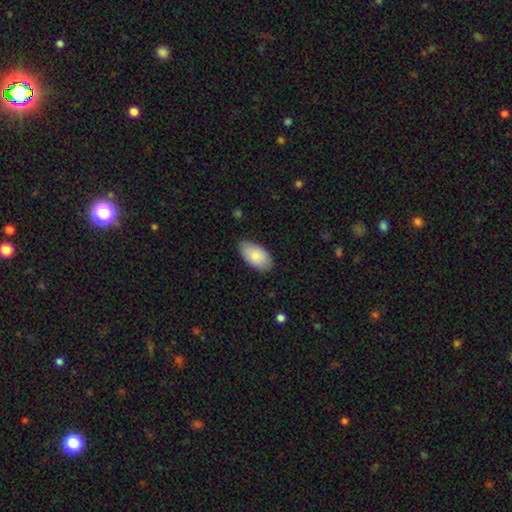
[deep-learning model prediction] Q: Smooth or featured?
A: smooth (85%); runner-up: featured or disk (9%)
Q: How rounded?
A: in between (96%); runner-up: round (3%)
Q: Merging?
A: none (82%); runner-up: minor disturbance (15%)